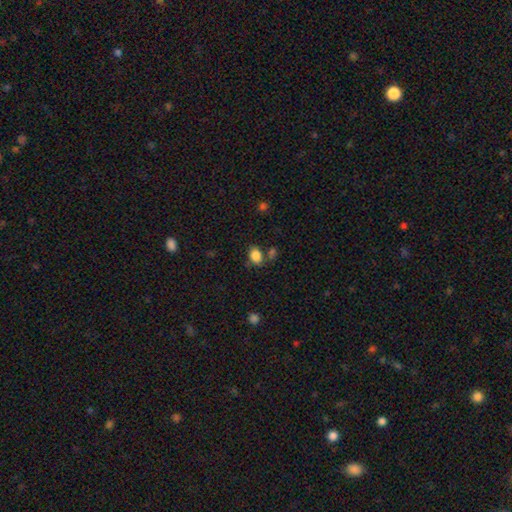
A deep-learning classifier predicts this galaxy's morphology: Smooth or featured: smooth — 85% (star or artifact — 10%)
How rounded: in between — 71% (round — 28%)
Merging: none — 67% (minor disturbance — 14%)